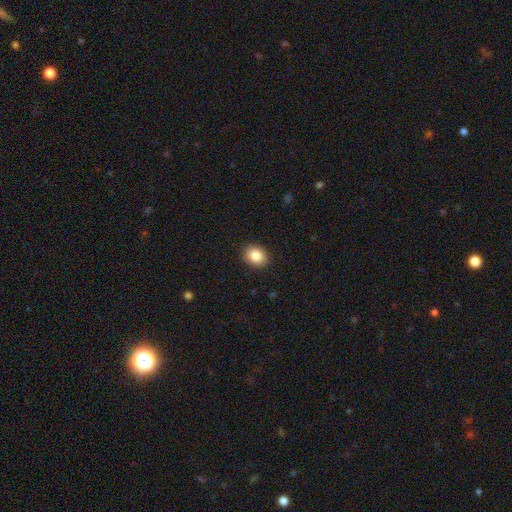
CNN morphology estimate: Overall: smooth (85%). How rounded: round (53%; in between 46%). Merging: none (90%).